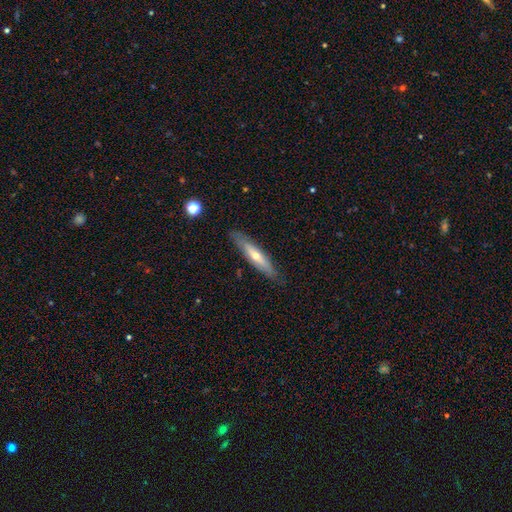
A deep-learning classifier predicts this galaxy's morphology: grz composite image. It shows a featured or disk galaxy (52%) viewed edge-on (73%). Merging: none (84%).